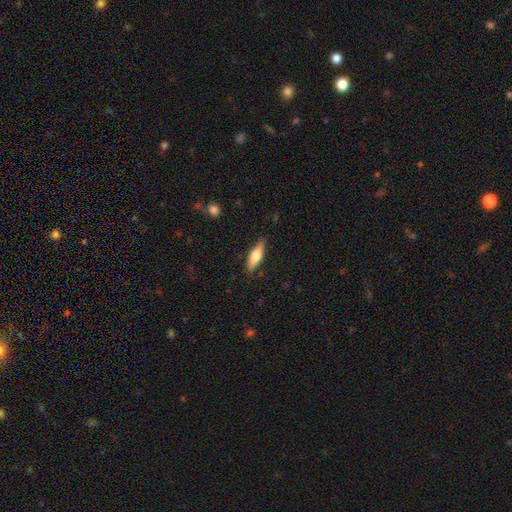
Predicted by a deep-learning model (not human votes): A smooth galaxy with no disk features (62%) that is cigar-shaped (51%).

Vote fractions:
- Smooth or featured? smooth: 62% / featured or disk: 32% / star or artifact: 6%
- How rounded? cigar-shaped: 51% / in between: 47% / round: 2%
- Merging? none: 86% / minor disturbance: 11% / major disturbance: 2% / merger: 1%